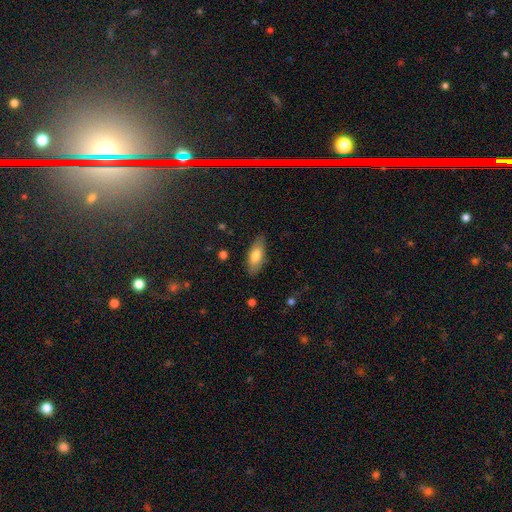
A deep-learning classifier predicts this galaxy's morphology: This appears to be a smooth galaxy with no disk features (72%) that is in between round and cigar-shaped (78%). Merging: none (82%).